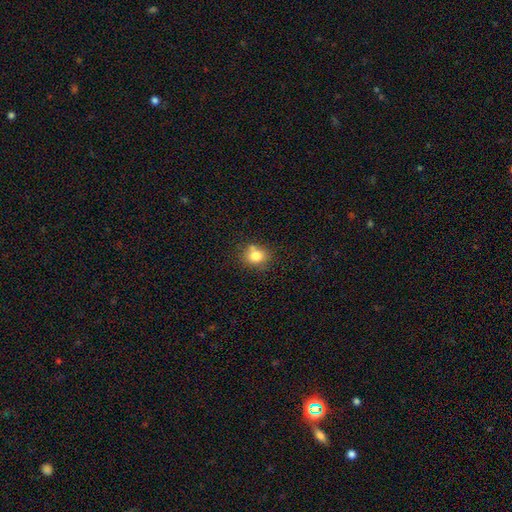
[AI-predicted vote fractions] A smooth galaxy with no disk features (80%) that is round (64%).

Vote fractions:
- Smooth or featured? smooth: 80% / star or artifact: 11% / featured or disk: 9%
- How rounded? round: 64% / in between: 35% / cigar-shaped: 1%
- Merging? none: 64% / minor disturbance: 18% / merger: 13% / major disturbance: 5%